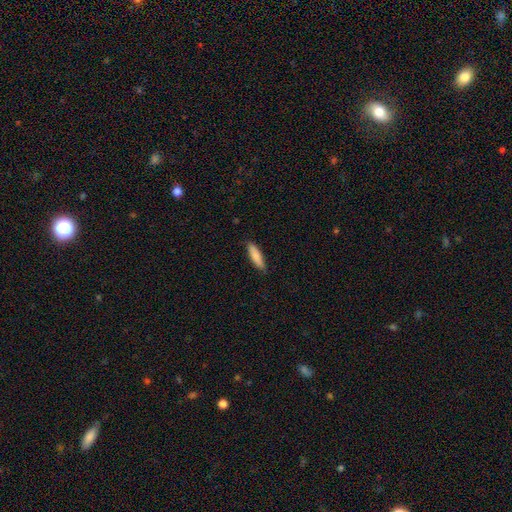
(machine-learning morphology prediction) Smooth or featured? Predicted: smooth (p=0.83). How rounded? Predicted: cigar-shaped (p=0.66). Merging? Predicted: none (p=0.86).